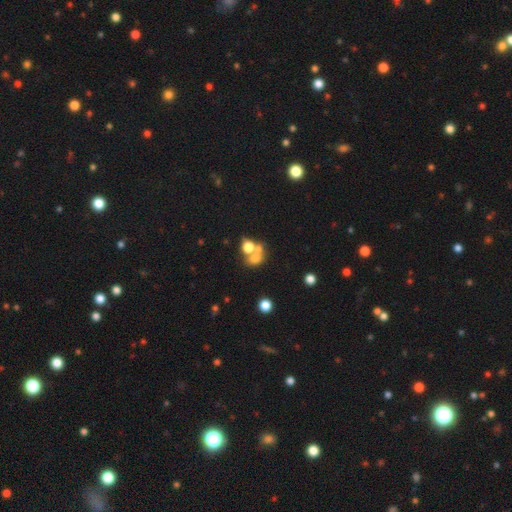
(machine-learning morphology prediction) Overall: smooth (62%). How rounded: round (58%; in between 40%). Merging: merger (53%; none 32%).